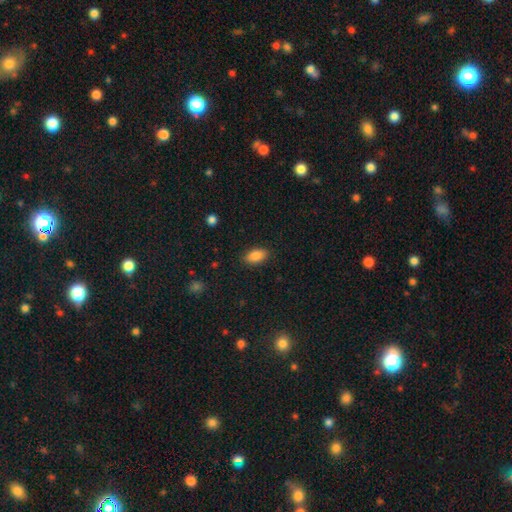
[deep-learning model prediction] Morphology: type=smooth (86%); roundness=in between (91%); merging=none (87%).